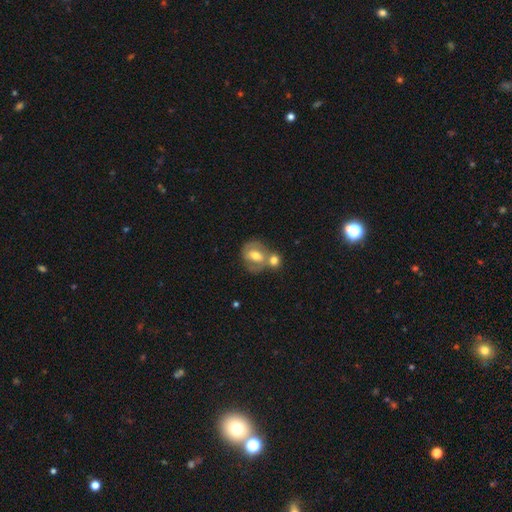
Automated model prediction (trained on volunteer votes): Smooth or featured?
  - smooth: 51% *
  - featured or disk: 42%
  - star or artifact: 8%
How rounded?
  - round: 58% *
  - in between: 40%
  - cigar-shaped: 1%
Merging?
  - merger: 46% *
  - none: 36%
  - minor disturbance: 12%
  - major disturbance: 6%